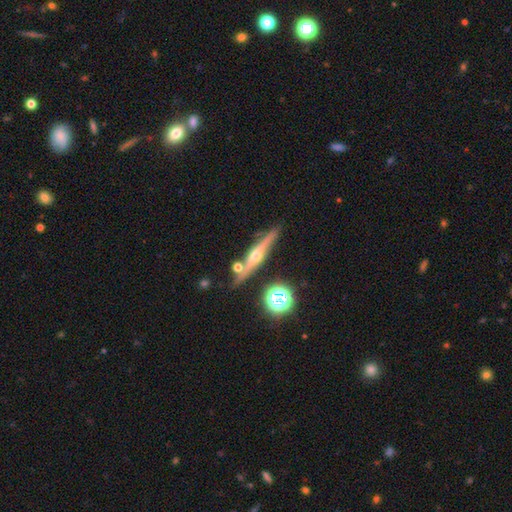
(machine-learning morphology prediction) A featured or disk galaxy (73%) viewed edge-on (95%) with a rounded central bulge (89%). Merging: none (81%).